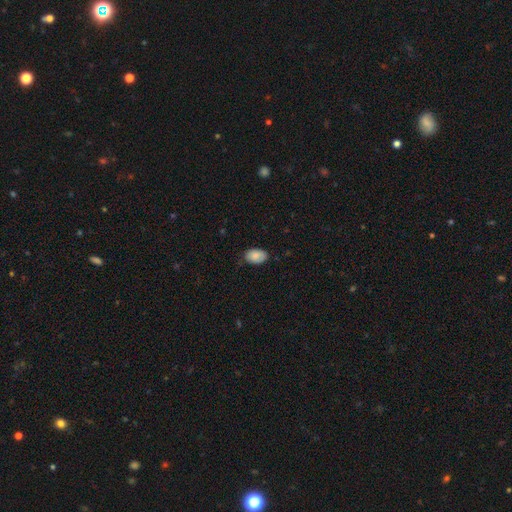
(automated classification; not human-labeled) Morphology: type=smooth (85%); roundness=in between (91%); merging=none (73%).